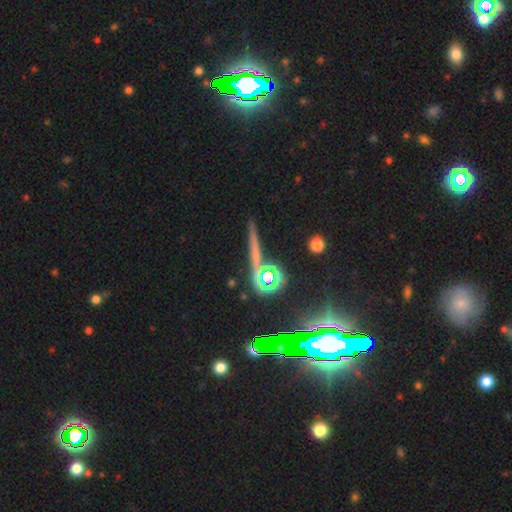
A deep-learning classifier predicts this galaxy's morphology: smooth-or-featured: star or artifact: 39% | smooth: 31% | featured or disk: 29%